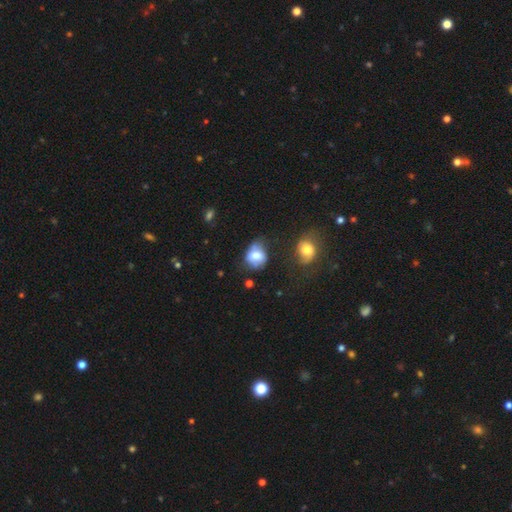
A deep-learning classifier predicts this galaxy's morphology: Smooth or featured? smooth (62%)
How rounded? in between (55%)
Merging? none (42%)